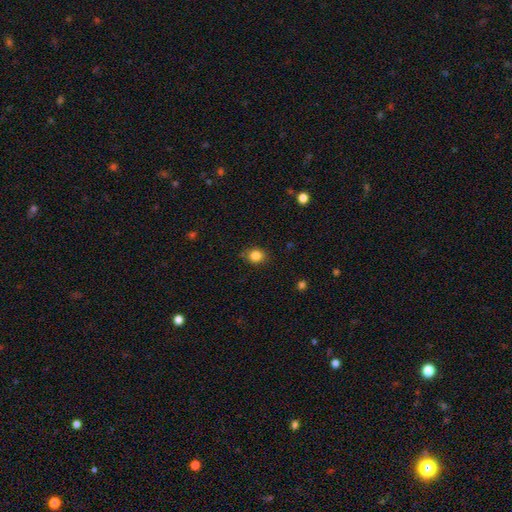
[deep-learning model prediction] Smooth or featured: smooth — 84% (star or artifact — 11%)
How rounded: round — 73% (in between — 26%)
Merging: none — 85% (minor disturbance — 11%)